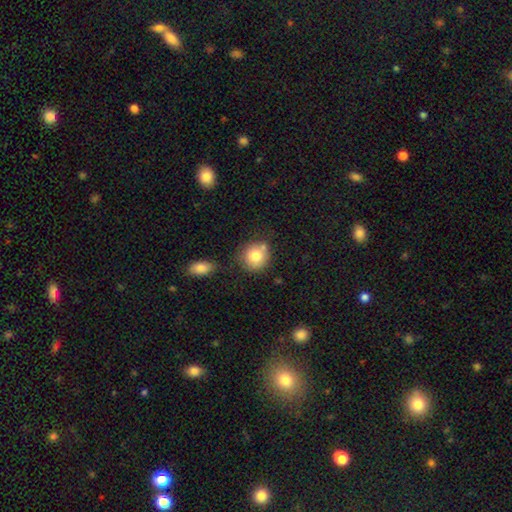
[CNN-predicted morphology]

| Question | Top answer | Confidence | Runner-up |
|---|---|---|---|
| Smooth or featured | smooth | 79% | featured or disk (13%) |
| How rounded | round | 85% | in between (14%) |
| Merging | none | 62% | minor disturbance (18%) |